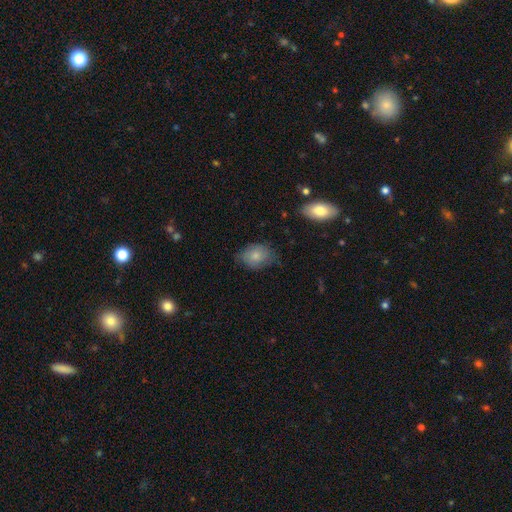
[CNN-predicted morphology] type=smooth (77%); roundness=in between (70%); merging=none (60%).